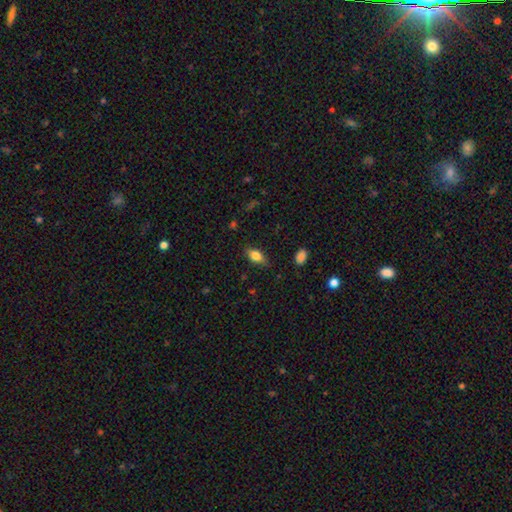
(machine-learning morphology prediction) smooth_or_featured: smooth (p=0.75) [alt: featured or disk p=0.17]
how_rounded: in between (p=0.83) [alt: cigar-shaped p=0.10]
merging: none (p=0.80) [alt: minor disturbance p=0.15]